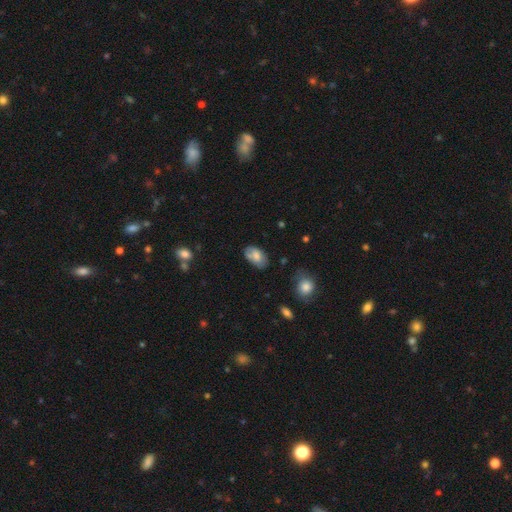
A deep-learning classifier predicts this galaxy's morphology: Overall: smooth (72%). How rounded: in between (93%). Merging: none (65%; minor disturbance 26%).